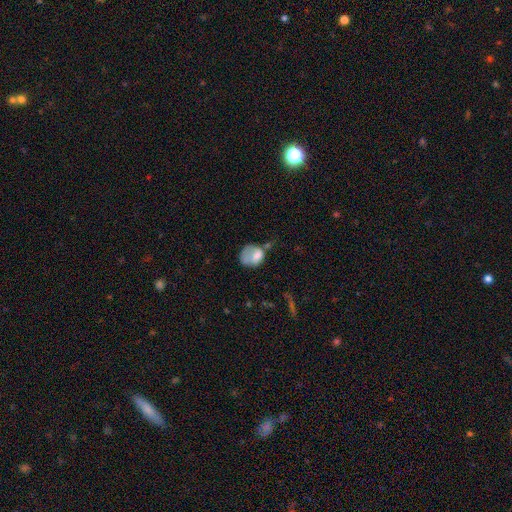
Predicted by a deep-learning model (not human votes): Overall: smooth (68%). How rounded: round (49%, tied with in between). Merging: major disturbance (33%; minor disturbance 27%).